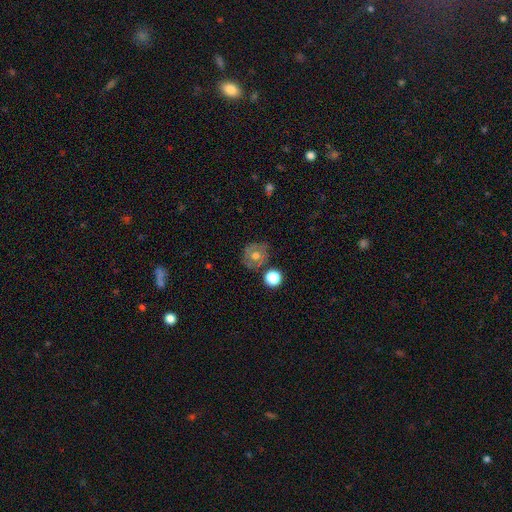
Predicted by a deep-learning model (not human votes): smooth 56%, featured or disk 32%, star or artifact 11%. Down the decision tree: how rounded — round (81%); merging — none (64%).